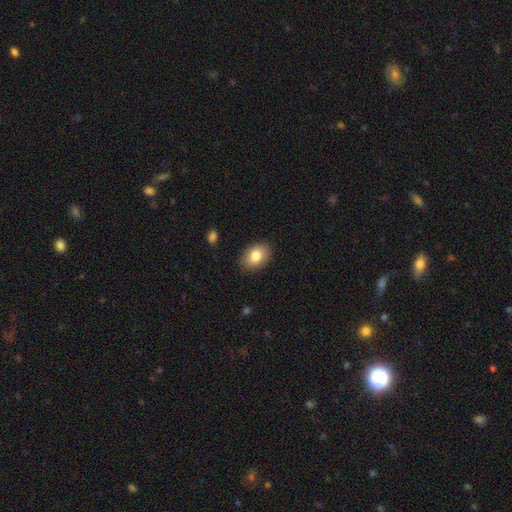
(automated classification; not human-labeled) A smooth galaxy with no disk features (83%) that is in between round and cigar-shaped (80%). Merging: none (87%).